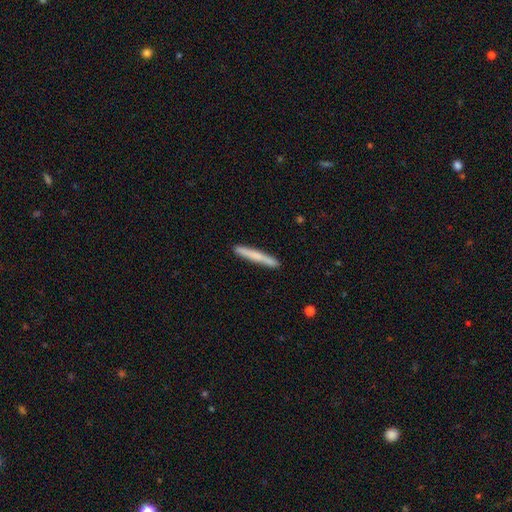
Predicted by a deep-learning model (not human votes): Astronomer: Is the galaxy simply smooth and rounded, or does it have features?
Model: smooth — 67%.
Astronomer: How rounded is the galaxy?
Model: cigar-shaped — 96%.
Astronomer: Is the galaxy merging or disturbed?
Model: none — 86%.